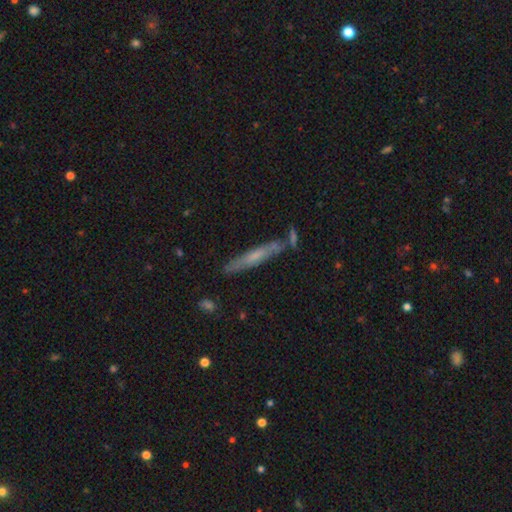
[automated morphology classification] A featured or disk galaxy (50%).

Vote fractions:
- Smooth or featured? featured or disk: 50% / smooth: 43% / star or artifact: 7%
- Merging? none: 75% / minor disturbance: 13% / merger: 8% / major disturbance: 3%